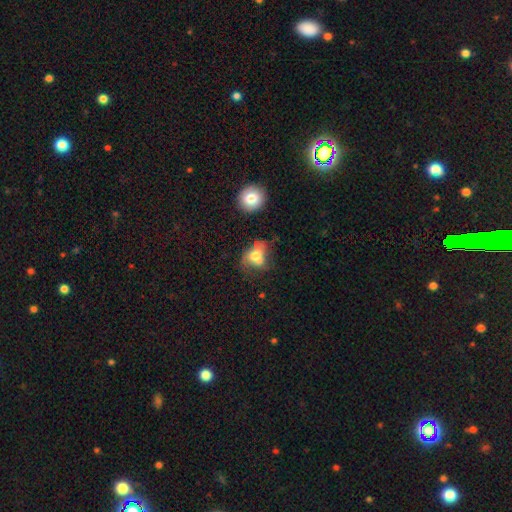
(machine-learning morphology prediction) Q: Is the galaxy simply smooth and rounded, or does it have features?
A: smooth — 64%.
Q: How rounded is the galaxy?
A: in between — 62%.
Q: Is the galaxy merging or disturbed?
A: none — 29%.